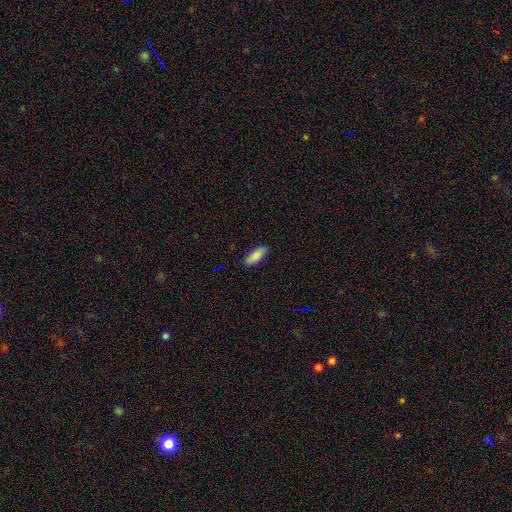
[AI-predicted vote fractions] Smooth or featured? Predicted: smooth (p=0.89). How rounded? Predicted: in between (p=0.78). Merging? Predicted: none (p=0.88).